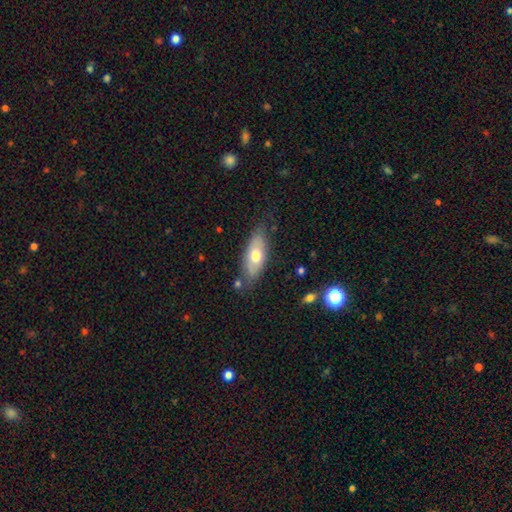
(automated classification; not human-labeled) Smooth or featured? smooth (62%)
How rounded? in between (80%)
Merging? none (74%)